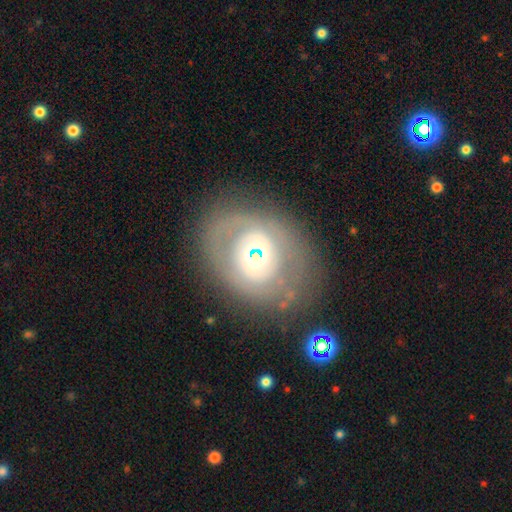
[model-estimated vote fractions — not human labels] Morphology: type=featured or disk (70%); edge-on=no (95%); bar=no (70%); spiral arms=no (55%); bulge=small (46%); merging=none (73%).